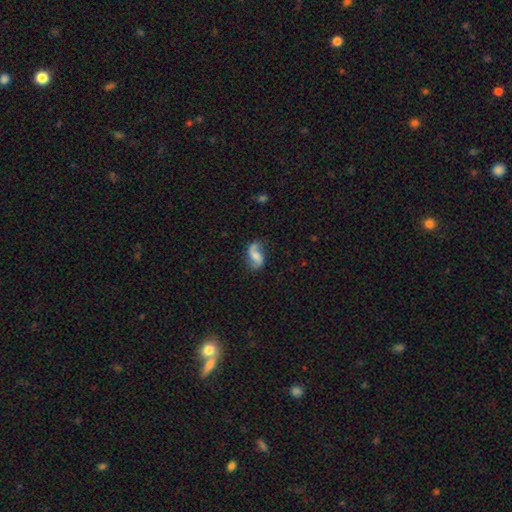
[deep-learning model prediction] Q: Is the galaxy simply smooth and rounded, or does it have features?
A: featured or disk — 72%.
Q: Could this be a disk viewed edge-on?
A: no — 97%.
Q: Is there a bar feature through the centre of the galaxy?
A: no — 46%.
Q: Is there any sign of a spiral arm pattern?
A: yes — 94%.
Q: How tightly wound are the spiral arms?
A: loose — 70%.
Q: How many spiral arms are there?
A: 2 — 90%.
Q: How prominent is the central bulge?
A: moderate — 44%.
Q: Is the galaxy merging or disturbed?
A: none — 73%.